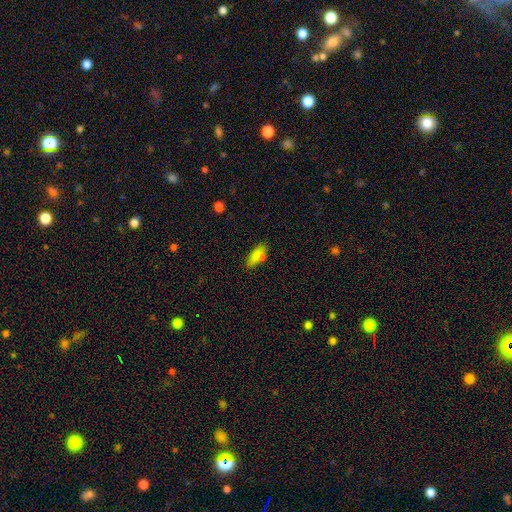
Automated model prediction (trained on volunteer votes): Smooth or featured? smooth (78%)
How rounded? in between (77%)
Merging? none (60%)